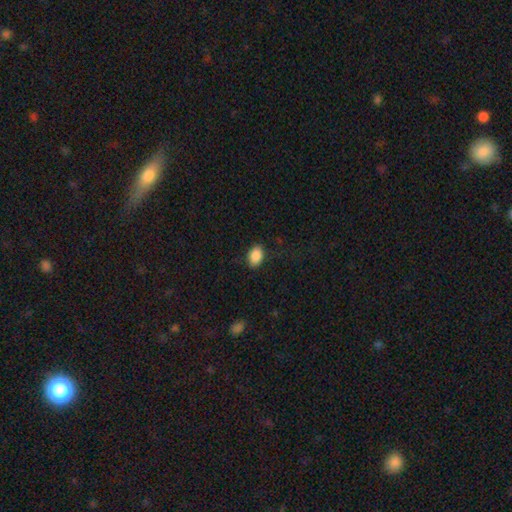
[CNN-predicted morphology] This appears to be a smooth galaxy with no disk features (88%) that is in between round and cigar-shaped (85%). Merging: none (84%).